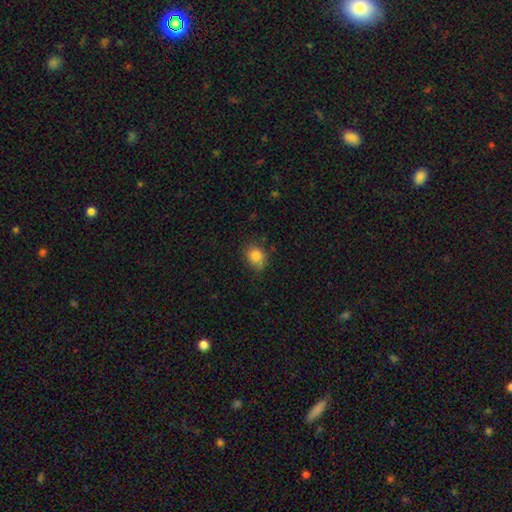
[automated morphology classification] This appears to be a smooth galaxy with no disk features (85%) that is round (57%). Merging: none (70%).